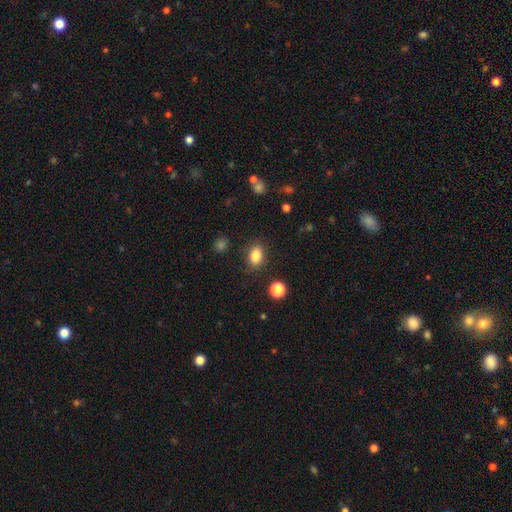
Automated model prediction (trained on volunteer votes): Morphology: type=smooth (84%); roundness=in between (82%); merging=none (85%).